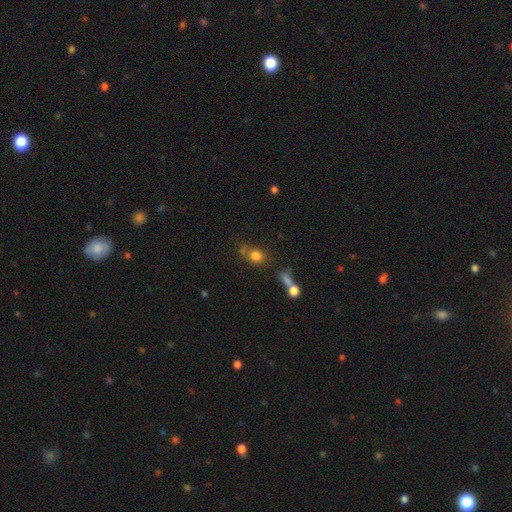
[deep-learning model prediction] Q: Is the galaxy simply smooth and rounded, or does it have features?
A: smooth — 79%.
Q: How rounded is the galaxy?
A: round — 62%.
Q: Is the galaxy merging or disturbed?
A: none — 56%.